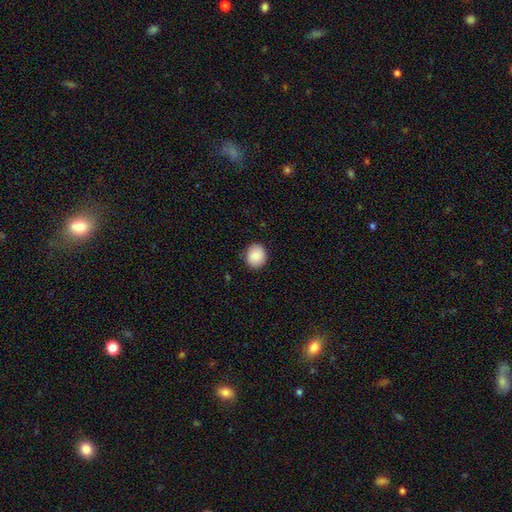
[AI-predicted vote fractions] A smooth galaxy with no disk features (89%) that is round (80%). Merging: none (89%).